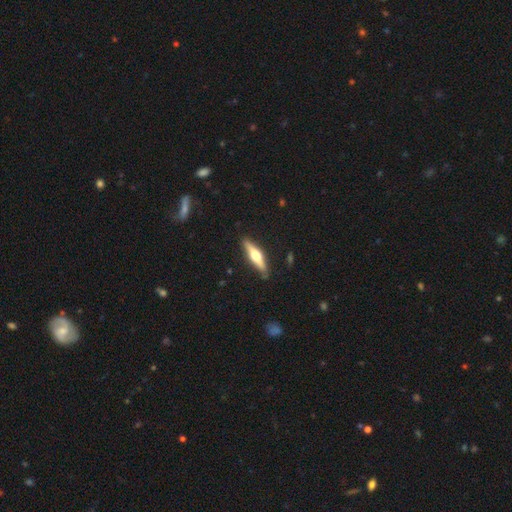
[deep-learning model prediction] Morphology: type=featured or disk (59%); edge-on=yes (95%); edge-on bulge=rounded (93%); merging=none (88%).